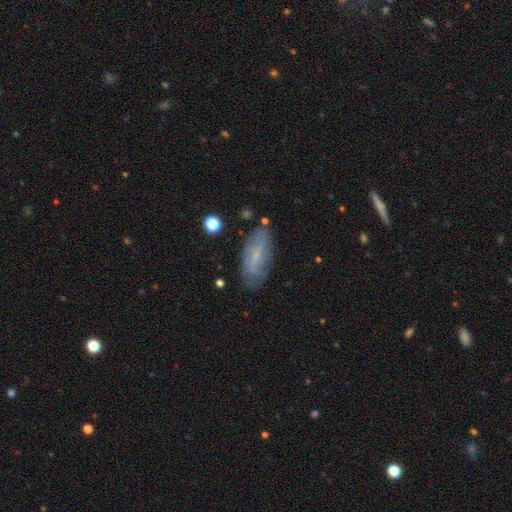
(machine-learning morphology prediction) The model was most divided on "smooth or featured": smooth: 49%, featured or disk: 42%, star or artifact: 9%. More confident: merging — none (75%).